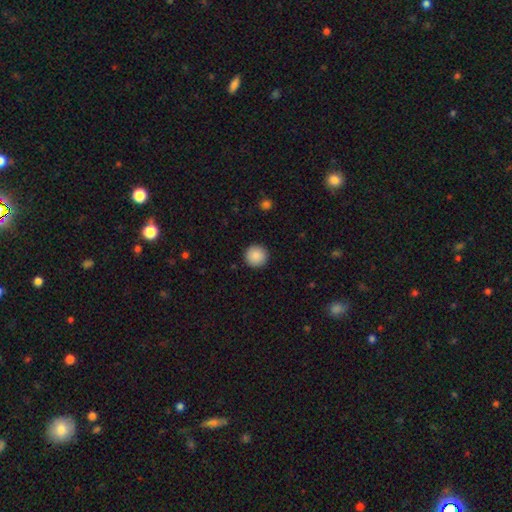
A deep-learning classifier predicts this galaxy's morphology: A smooth galaxy with no disk features (89%) that is round (96%).

Vote fractions:
- Smooth or featured? smooth: 89% / star or artifact: 8% / featured or disk: 3%
- How rounded? round: 96% / in between: 3% / cigar-shaped: 1%
- Merging? none: 93% / minor disturbance: 5% / major disturbance: 2% / merger: 1%